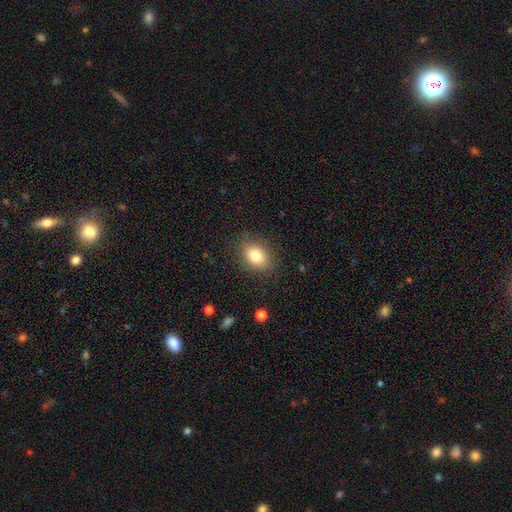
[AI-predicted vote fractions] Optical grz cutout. It shows a smooth galaxy with no disk features (82%) that is in between round and cigar-shaped (69%). Merging: none (84%).